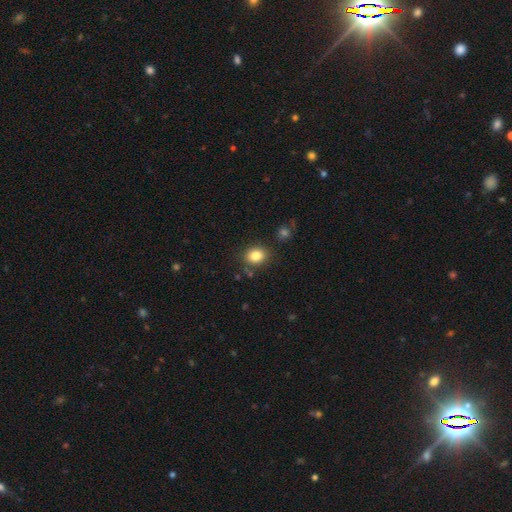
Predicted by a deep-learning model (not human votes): Smooth or featured? Predicted: smooth (p=0.83). How rounded? Predicted: round (p=0.55). Merging? Predicted: none (p=0.82).